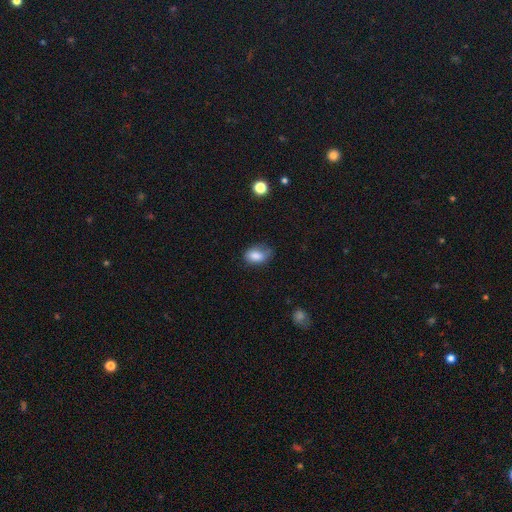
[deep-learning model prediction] smooth_or_featured: smooth (p=0.83) [alt: star or artifact p=0.09]
how_rounded: in between (p=0.85) [alt: round p=0.13]
merging: none (p=0.57) [alt: minor disturbance p=0.33]